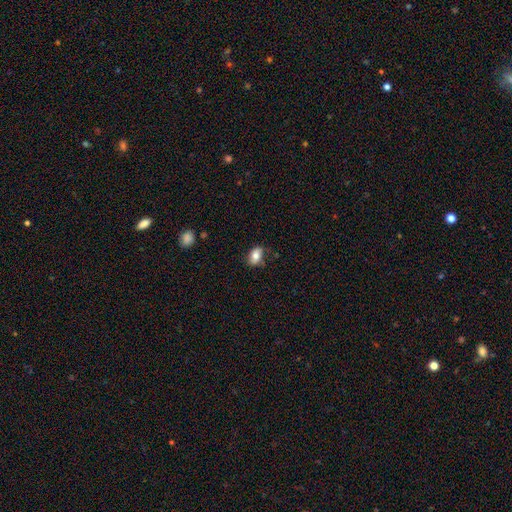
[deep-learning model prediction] A smooth galaxy with no disk features (78%) that is in between round and cigar-shaped (82%).

Vote fractions:
- Smooth or featured? smooth: 78% / featured or disk: 14% / star or artifact: 8%
- How rounded? in between: 82% / round: 16% / cigar-shaped: 2%
- Merging? none: 67% / minor disturbance: 25% / major disturbance: 6% / merger: 2%